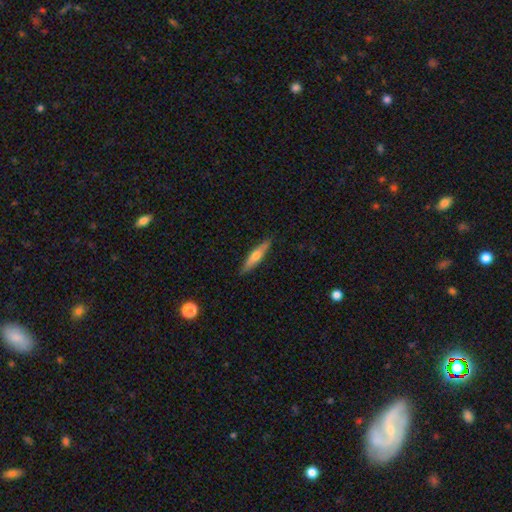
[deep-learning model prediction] Smooth or featured: smooth — 48% (featured or disk — 46%)
Merging: none — 88% (minor disturbance — 9%)